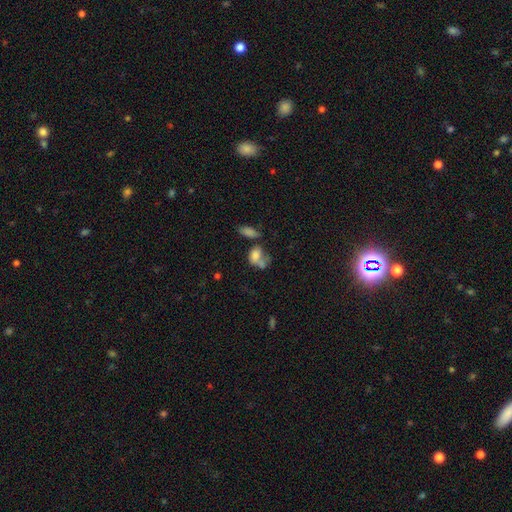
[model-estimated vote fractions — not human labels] Smooth or featured? smooth (73%)
How rounded? in between (73%)
Merging? merger (42%)